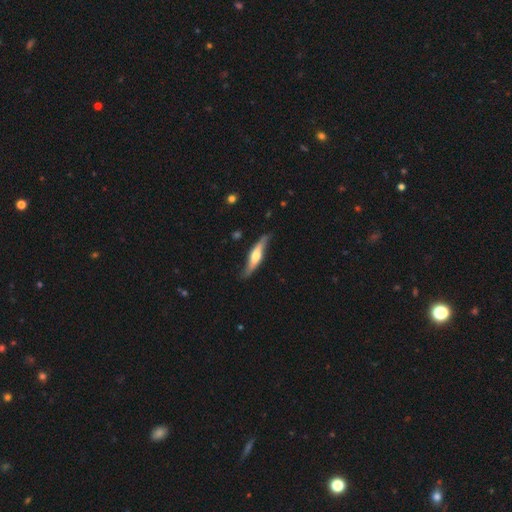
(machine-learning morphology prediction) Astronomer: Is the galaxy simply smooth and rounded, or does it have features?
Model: featured or disk — 58% (runner-up: smooth, 37%).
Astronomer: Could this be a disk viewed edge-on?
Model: yes — 76%.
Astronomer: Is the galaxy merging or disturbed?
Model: none — 72%.